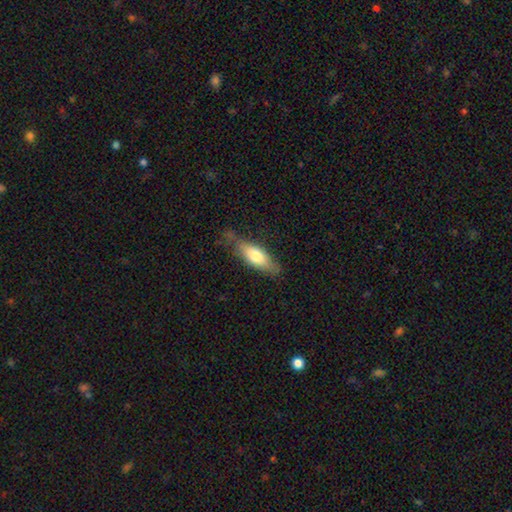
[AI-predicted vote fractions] Smooth or featured? smooth (68%)
How rounded? in between (64%)
Merging? none (68%)